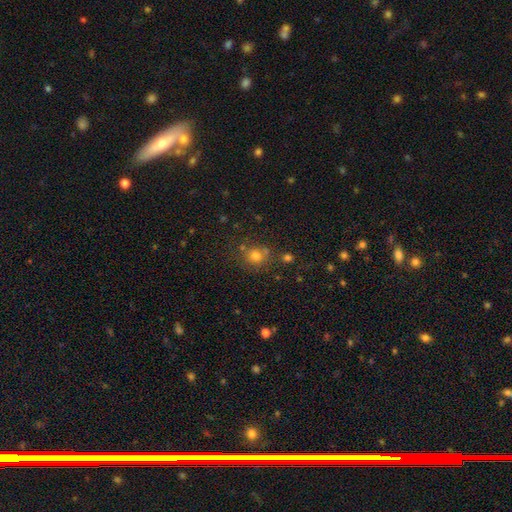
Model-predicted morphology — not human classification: smooth 71%, star or artifact 20%, featured or disk 9%. Down the decision tree: how rounded — round (84%); merging — none (70%).